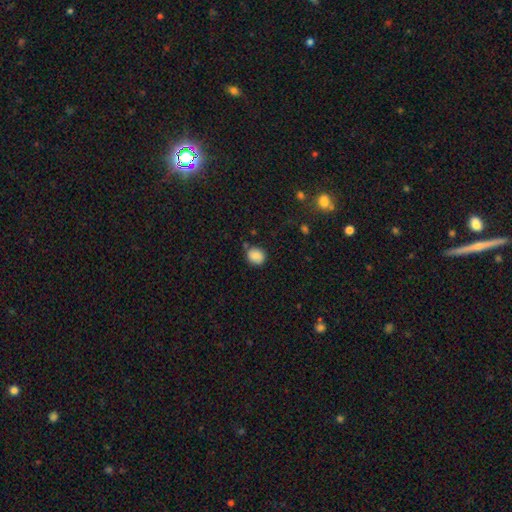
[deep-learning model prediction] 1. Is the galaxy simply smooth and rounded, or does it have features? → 86% smooth, 9% star or artifact, 5% featured or disk.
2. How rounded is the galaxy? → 72% round, 27% in between, 1% cigar-shaped.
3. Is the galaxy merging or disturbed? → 75% none, 17% minor disturbance, 4% merger, 4% major disturbance.